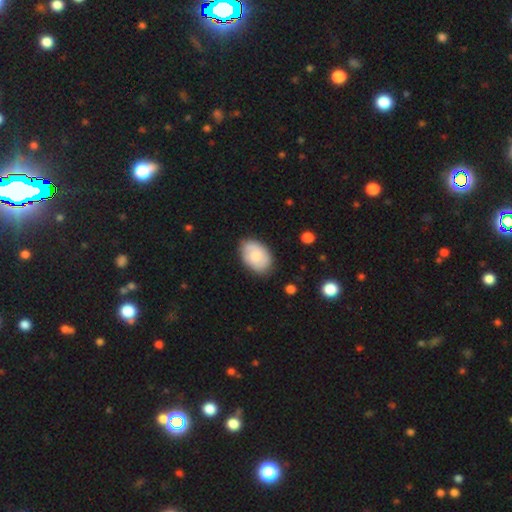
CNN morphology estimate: Smooth or featured? smooth (64%)
How rounded? in between (84%)
Merging? none (77%)